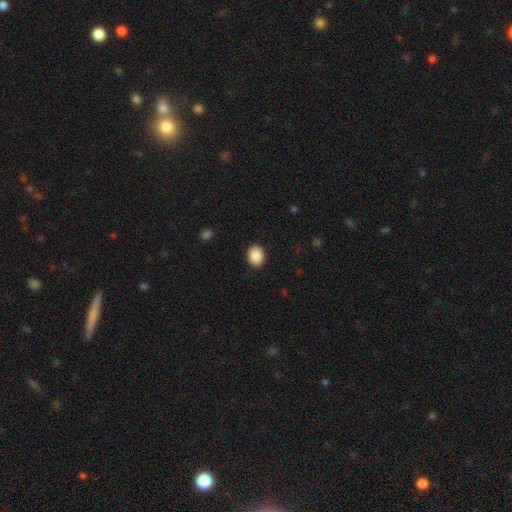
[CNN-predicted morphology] smooth 89%, star or artifact 8%, featured or disk 3%. Down the decision tree: how rounded — round (51%); merging — none (90%).